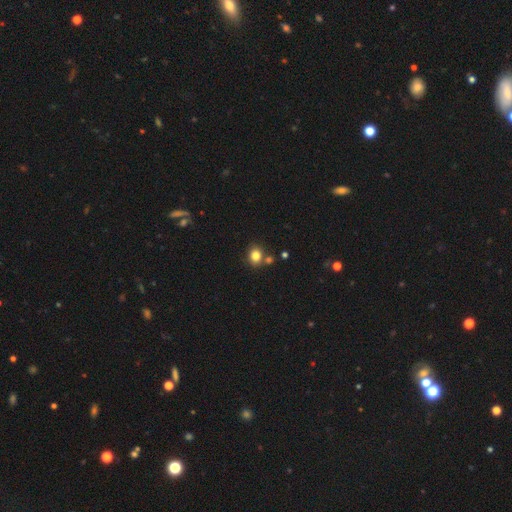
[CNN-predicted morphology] Smooth or featured? smooth (82%)
How rounded? round (68%)
Merging? none (72%)